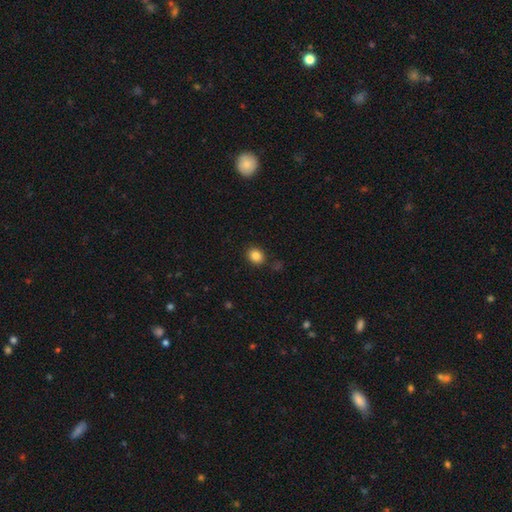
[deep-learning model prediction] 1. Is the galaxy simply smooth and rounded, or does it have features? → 85% smooth, 10% star or artifact, 5% featured or disk.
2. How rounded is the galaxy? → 60% round, 39% in between, 1% cigar-shaped.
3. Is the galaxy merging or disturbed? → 86% none, 9% minor disturbance, 3% major disturbance, 3% merger.